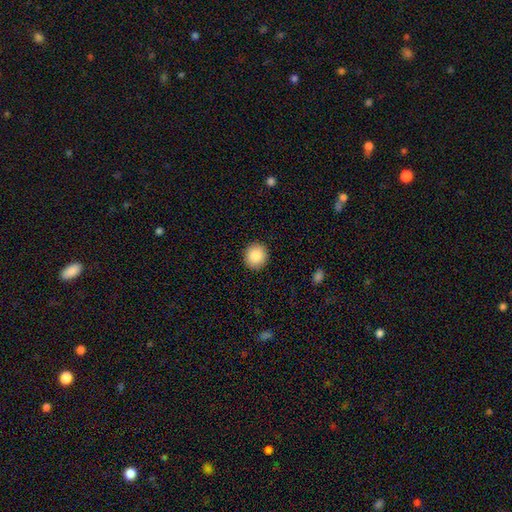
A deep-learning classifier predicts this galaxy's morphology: A smooth galaxy with no disk features (88%) that is round (89%). Merging: none (92%).